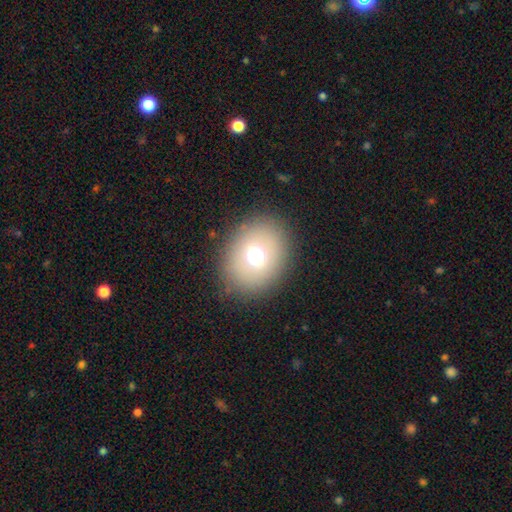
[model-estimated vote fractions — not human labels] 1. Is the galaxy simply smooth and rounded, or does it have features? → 64% smooth, 20% featured or disk, 16% star or artifact.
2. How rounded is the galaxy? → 56% round, 43% in between, 1% cigar-shaped.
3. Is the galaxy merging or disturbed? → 86% none, 8% minor disturbance, 5% major disturbance, 1% merger.